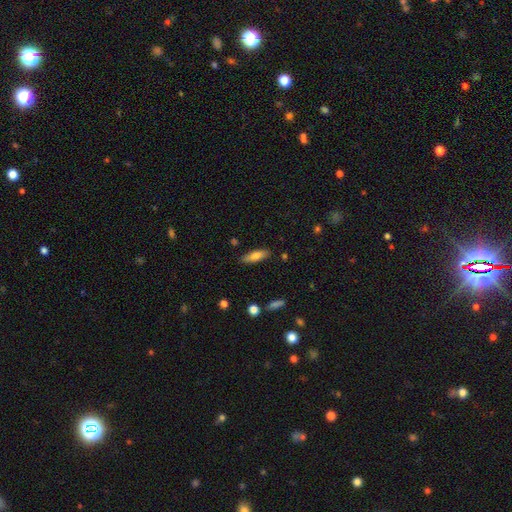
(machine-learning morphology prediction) Smooth or featured: smooth — 71% (featured or disk — 22%)
How rounded: in between — 49% (tied with cigar-shaped — 49%)
Merging: none — 84% (minor disturbance — 11%)